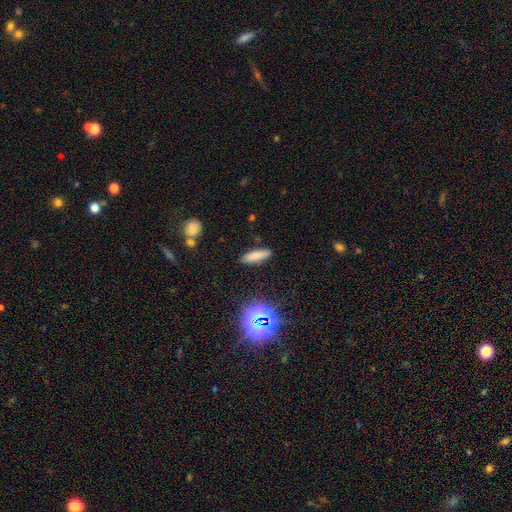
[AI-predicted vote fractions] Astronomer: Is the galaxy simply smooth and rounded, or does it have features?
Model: smooth — 77%.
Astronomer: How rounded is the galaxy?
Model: cigar-shaped — 61%.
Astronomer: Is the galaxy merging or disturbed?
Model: none — 87%.